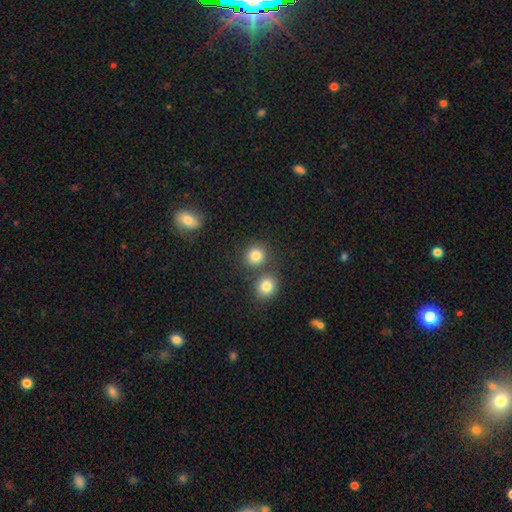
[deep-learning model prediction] Smooth or featured: smooth — 82% (star or artifact — 12%)
How rounded: round — 87% (in between — 12%)
Merging: none — 72% (merger — 17%)